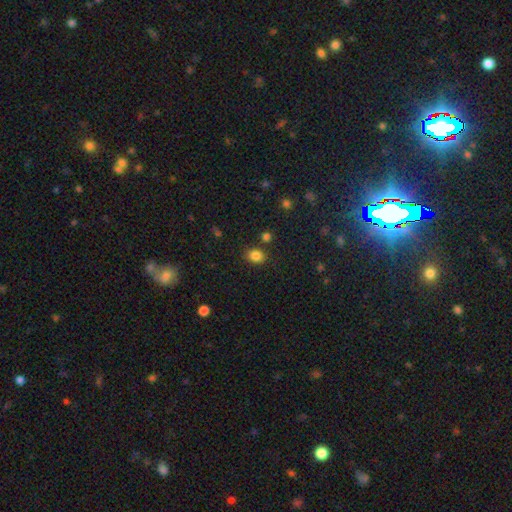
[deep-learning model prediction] This appears to be a smooth galaxy with no disk features (84%) that is in between round and cigar-shaped (52%). Merging: none (81%).